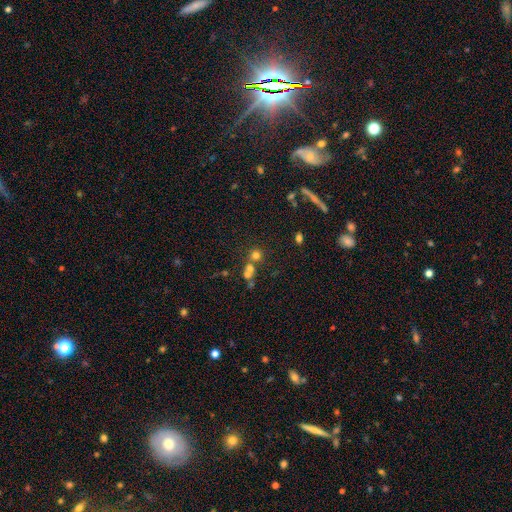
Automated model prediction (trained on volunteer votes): This is likely a smooth galaxy (64%). How rounded: clearly round (89%). Merging: possibly none (51%).